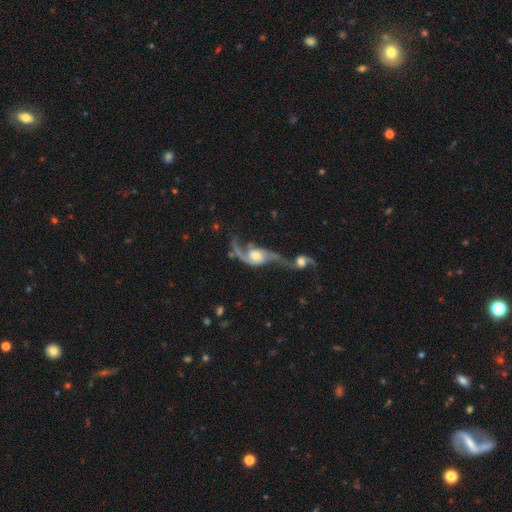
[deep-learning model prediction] Morphology: type=featured or disk (84%); edge-on=no (95%); bar=no (62%); spiral arms=yes (94%); winding=loose (66%); arm count=2 (79%); bulge=moderate (60%); merging=merger (73%).